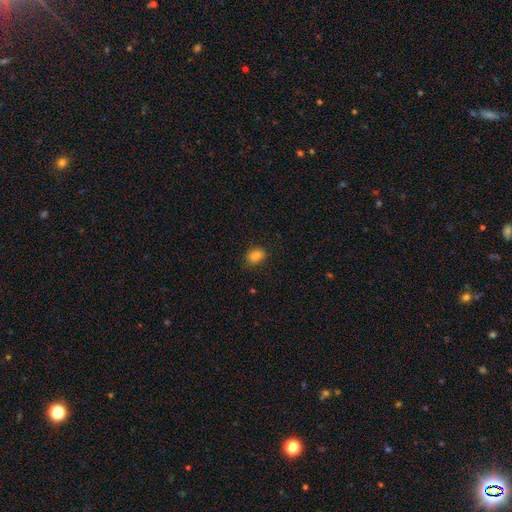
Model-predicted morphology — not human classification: type=smooth (85%); roundness=in between (60%); merging=none (87%).